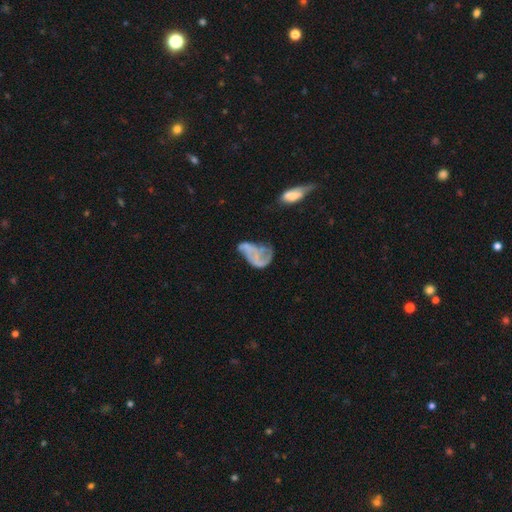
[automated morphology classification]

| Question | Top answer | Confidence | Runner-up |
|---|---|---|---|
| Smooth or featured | featured or disk | 55% | smooth (34%) |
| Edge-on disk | no | 97% | yes (3%) |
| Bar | no | 80% | weak (14%) |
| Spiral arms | no | 60% | yes (40%) |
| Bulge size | none | 76% | small (16%) |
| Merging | major disturbance | 45% | none (22%) |